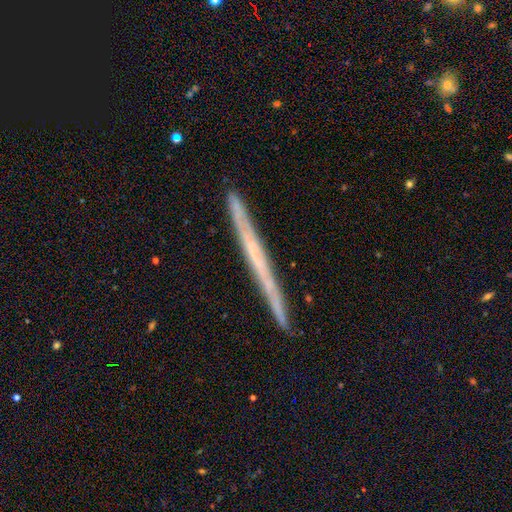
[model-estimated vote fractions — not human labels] The model was most divided on "smooth or featured": featured or disk: 60%, smooth: 32%, star or artifact: 7%. More confident: edge-on disk — yes (97%); merging — none (90%); edge-on bulge — none (87%).